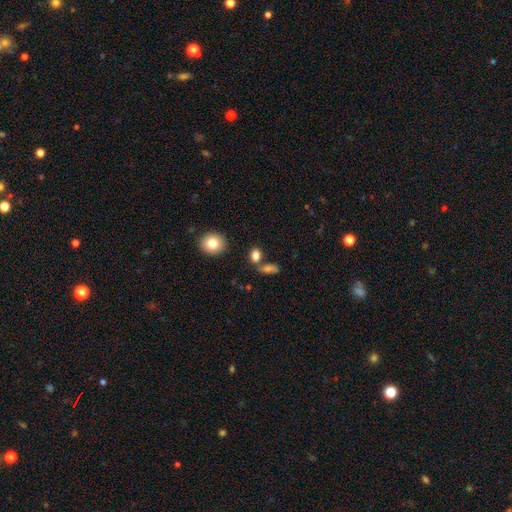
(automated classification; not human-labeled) This appears to be a smooth galaxy with no disk features (82%) that is in between round and cigar-shaped (65%). Merging: none (66%).